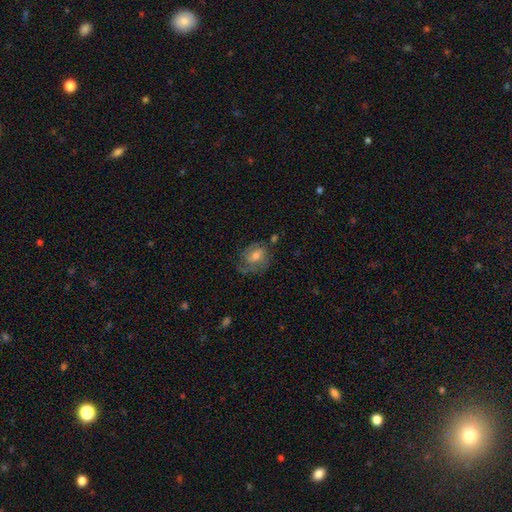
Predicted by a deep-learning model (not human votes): Overall: featured or disk (61%; smooth 28%). Edge-on disk: no (96%). Bar: no (53%; weak 40%). Spiral arms: yes (80%). Bulge size: moderate (60%; small 29%). Merging: none (60%; minor disturbance 22%).